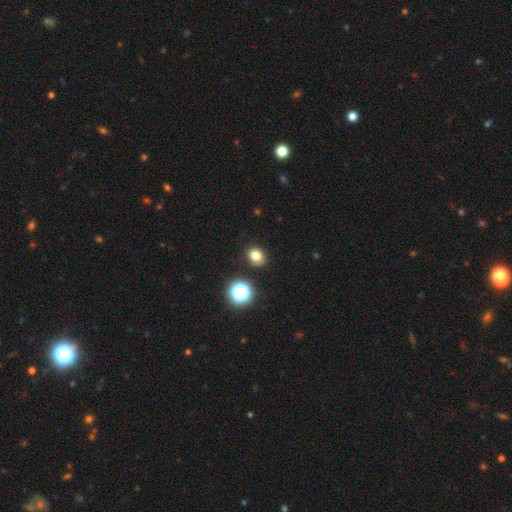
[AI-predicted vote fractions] This appears to be a smooth galaxy with no disk features (78%) that is round (60%). Merging: none (87%).